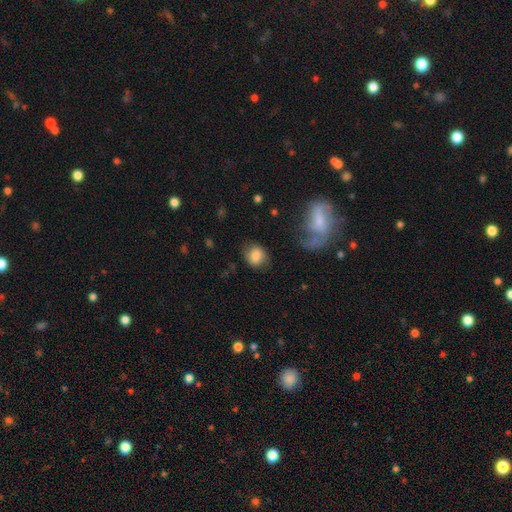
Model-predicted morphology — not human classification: The model was most divided on "how rounded": round: 54%, in between: 45%, cigar-shaped: 1%. More confident: smooth or featured — smooth (76%); merging — none (69%).